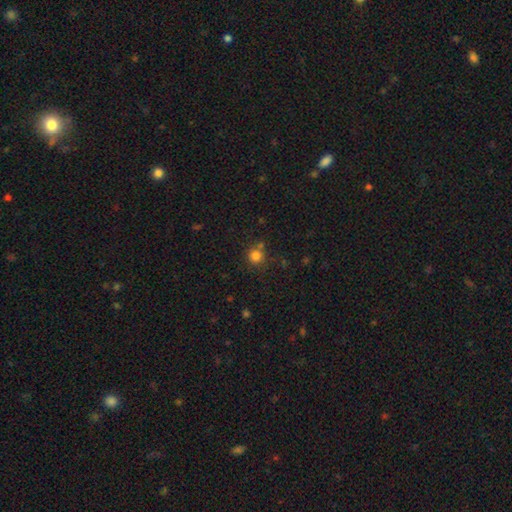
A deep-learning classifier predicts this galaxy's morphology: The model was most divided on "merging": none: 74%, merger: 12%, minor disturbance: 10%, major disturbance: 4%. More confident: how rounded — round (93%); smooth or featured — smooth (81%).